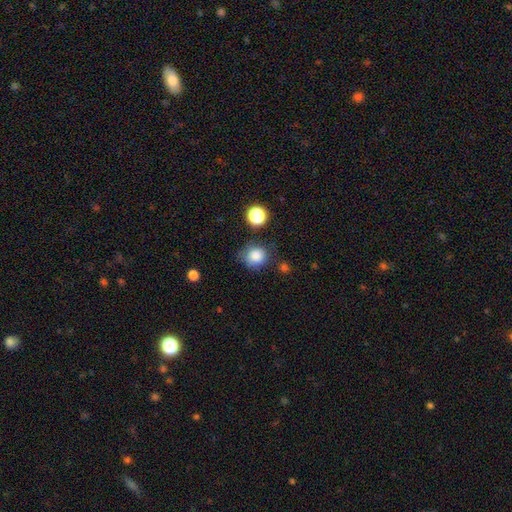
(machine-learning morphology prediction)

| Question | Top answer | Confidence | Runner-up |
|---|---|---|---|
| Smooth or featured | smooth | 83% | star or artifact (11%) |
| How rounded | round | 84% | in between (15%) |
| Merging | none | 69% | minor disturbance (20%) |